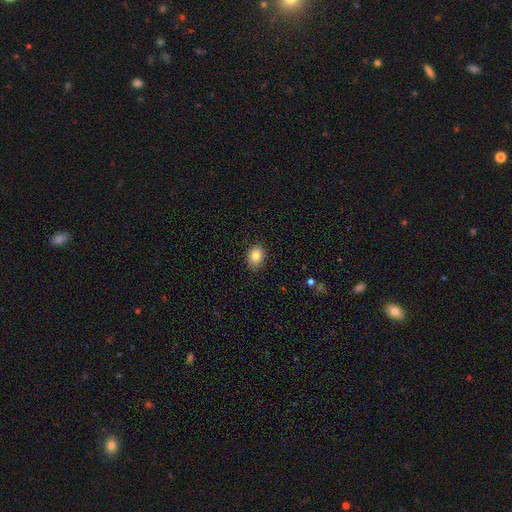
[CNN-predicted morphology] type=smooth (84%); roundness=in between (58%); merging=none (85%).